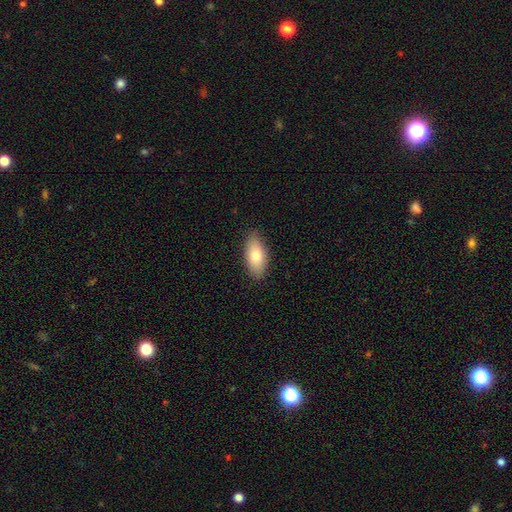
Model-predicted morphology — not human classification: Overall: smooth (79%). How rounded: in between (90%). Merging: none (86%).